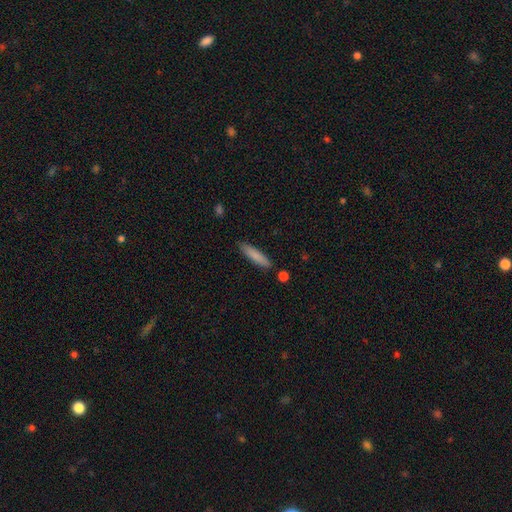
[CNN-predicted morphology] smooth_or_featured: smooth (p=0.83) [alt: featured or disk p=0.11]
how_rounded: cigar-shaped (p=0.82) [alt: in between p=0.16]
merging: none (p=0.86) [alt: minor disturbance p=0.10]